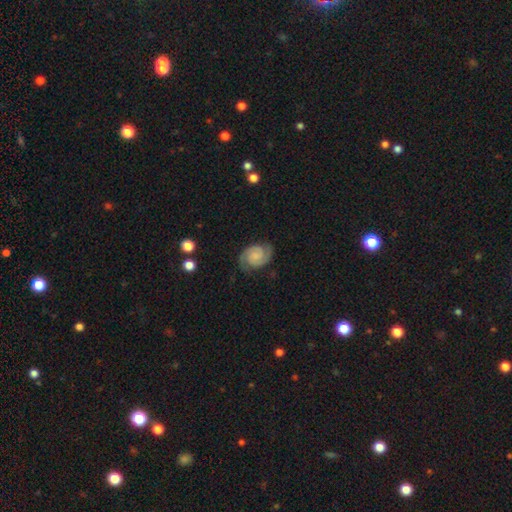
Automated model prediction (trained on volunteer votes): A featured or disk galaxy (79%) with no bar (55%), 2 (91%) tight (47%) spiral arms (97%) and no central bulge (48%).

Vote fractions:
- Smooth or featured? featured or disk: 79% / smooth: 14% / star or artifact: 7%
- Edge-on disk? no: 98% / yes: 2%
- Bar? no: 55% / weak: 37% / strong: 8%
- Spiral arms? yes: 97% / no: 3%
- Spiral winding? tight: 47% / medium: 42% / loose: 10%
- Spiral arm count? 2: 91% / can't tell: 4% / 3: 2% / 1: 2% / 4: 1% / more than 4: 1%
- Bulge size? none: 48% / small: 31% / moderate: 16% / large: 4% / dominant: 2%
- Merging? none: 80% / minor disturbance: 14% / major disturbance: 5% / merger: 1%